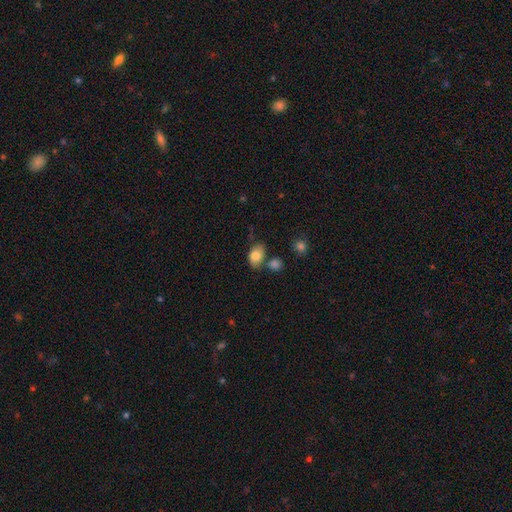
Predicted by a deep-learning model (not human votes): smooth 80%, featured or disk 12%, star or artifact 8%. Down the decision tree: how rounded — in between (79%); merging — none (53%).